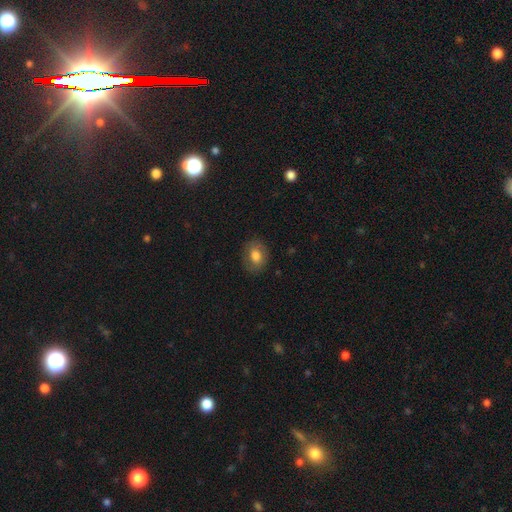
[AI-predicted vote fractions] smooth 74%, featured or disk 18%, star or artifact 8%. Down the decision tree: how rounded — in between (58%); merging — none (82%).